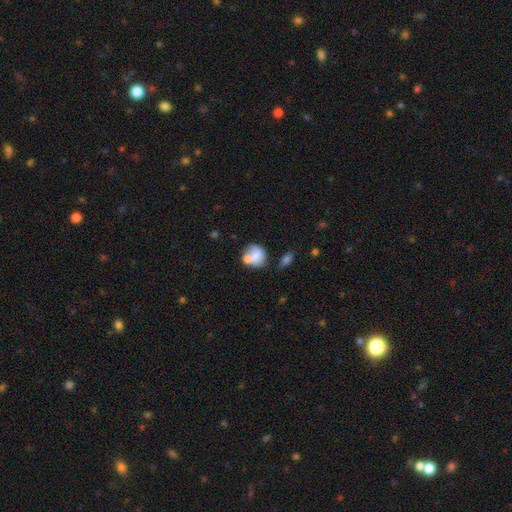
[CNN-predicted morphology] smooth 76%, featured or disk 15%, star or artifact 9%. Down the decision tree: how rounded — round (69%); merging — none (43%).